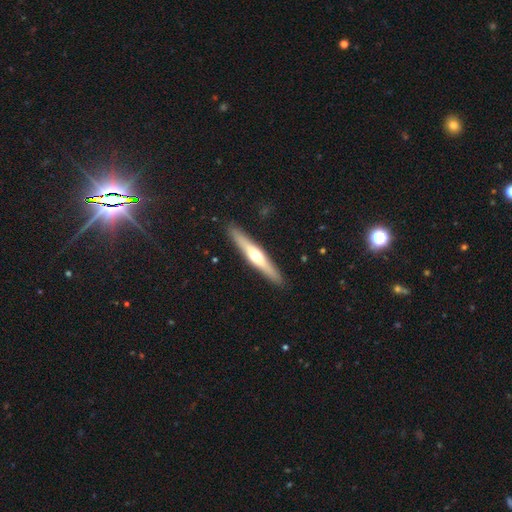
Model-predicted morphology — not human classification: smooth-or-featured: featured or disk: 62% | smooth: 33% | star or artifact: 5%
  disk-edge-on: yes: 95% | no: 5%
    edge-on-bulge: rounded: 91% | none: 6% | boxy: 3%
  merging: none: 91% | minor disturbance: 7% | major disturbance: 1% | merger: 1%